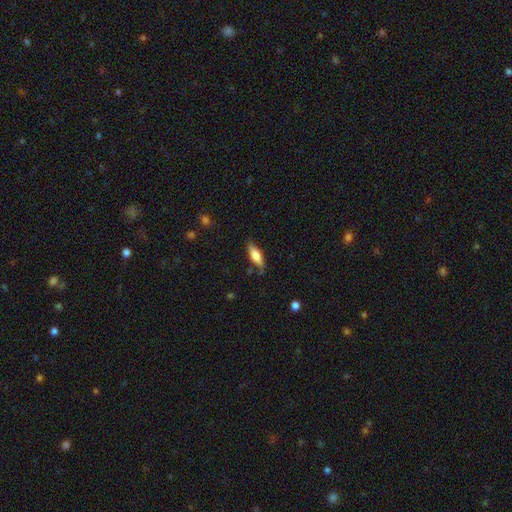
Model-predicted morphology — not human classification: Smooth or featured: smooth — 63% (featured or disk — 30%)
How rounded: in between — 54% (cigar-shaped — 43%)
Merging: none — 76% (minor disturbance — 18%)